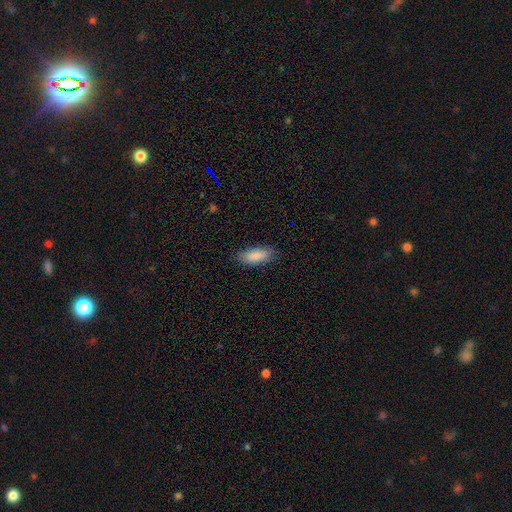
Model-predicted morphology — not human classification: smooth_or_featured: smooth (p=0.88) [alt: featured or disk p=0.06]
how_rounded: in between (p=0.79) [alt: cigar-shaped p=0.20]
merging: none (p=0.83) [alt: minor disturbance p=0.14]